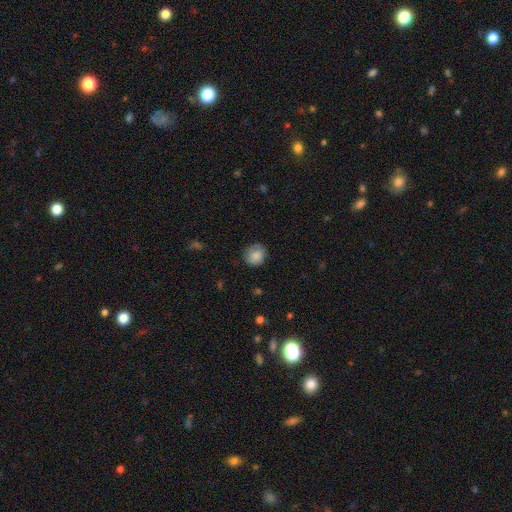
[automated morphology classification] A smooth galaxy with no disk features (84%) that is round (83%).

Vote fractions:
- Smooth or featured? smooth: 84% / star or artifact: 8% / featured or disk: 8%
- How rounded? round: 83% / in between: 16% / cigar-shaped: 1%
- Merging? none: 77% / minor disturbance: 18% / major disturbance: 4% / merger: 1%